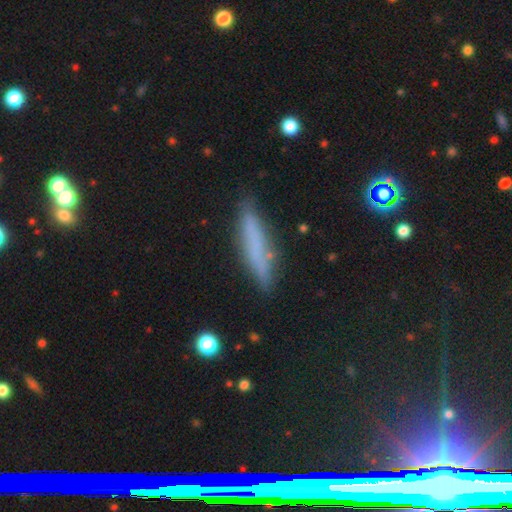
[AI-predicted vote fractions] The model was most divided on "smooth or featured": smooth: 61%, featured or disk: 31%, star or artifact: 8%. More confident: how rounded — cigar-shaped (85%); merging — none (79%).